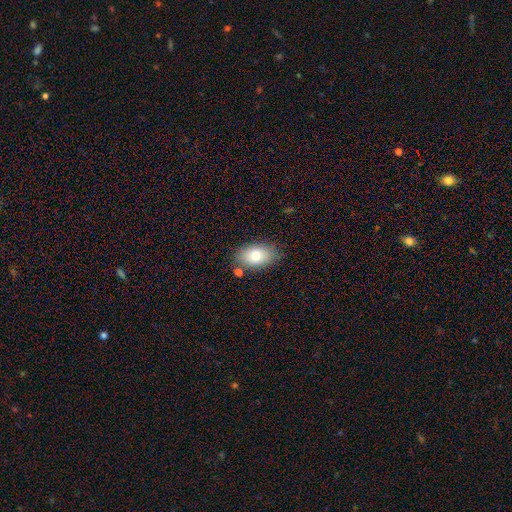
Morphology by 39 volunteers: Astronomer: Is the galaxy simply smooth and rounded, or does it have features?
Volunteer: smooth — 79%.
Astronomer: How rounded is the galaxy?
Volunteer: in between — 87%.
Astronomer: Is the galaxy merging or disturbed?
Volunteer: none — 77%.